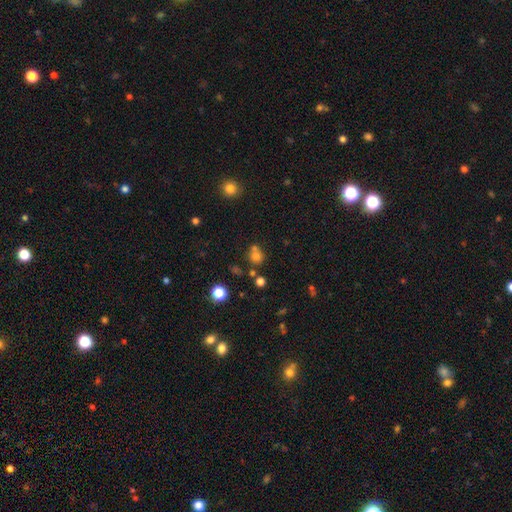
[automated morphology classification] smooth_or_featured: smooth (p=0.70) [alt: star or artifact p=0.19]
how_rounded: round (p=0.78) [alt: in between p=0.21]
merging: none (p=0.51) [alt: merger p=0.34]